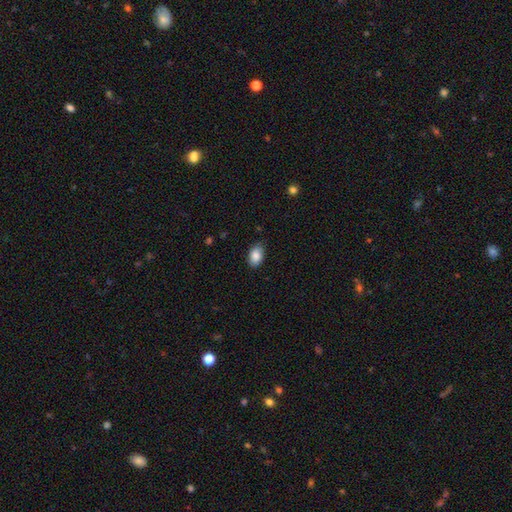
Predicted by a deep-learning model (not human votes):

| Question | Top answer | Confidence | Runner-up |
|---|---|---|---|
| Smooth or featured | smooth | 86% | star or artifact (7%) |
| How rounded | in between | 88% | round (11%) |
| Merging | none | 80% | minor disturbance (17%) |